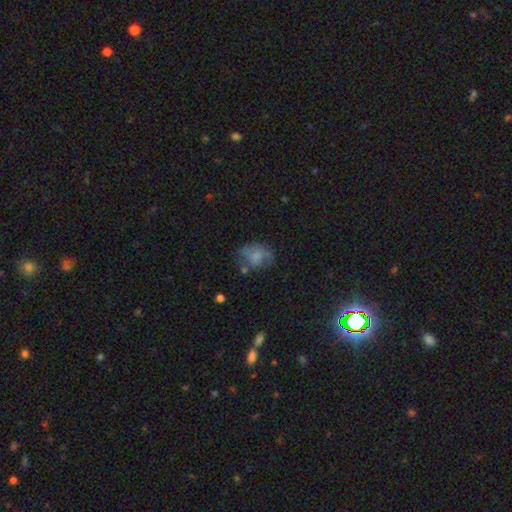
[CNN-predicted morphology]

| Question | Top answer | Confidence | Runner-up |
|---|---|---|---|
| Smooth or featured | smooth | 58% | featured or disk (31%) |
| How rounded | in between | 60% | round (38%) |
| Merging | none | 44% | minor disturbance (28%) |